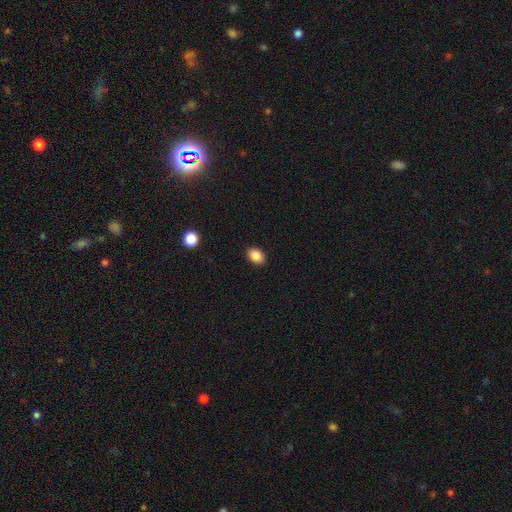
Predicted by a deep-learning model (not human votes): smooth-or-featured: smooth: 87% | star or artifact: 9% | featured or disk: 4%
  how-rounded: in between: 76% | round: 23% | cigar-shaped: 1%
  merging: none: 90% | minor disturbance: 7% | major disturbance: 2% | merger: 1%